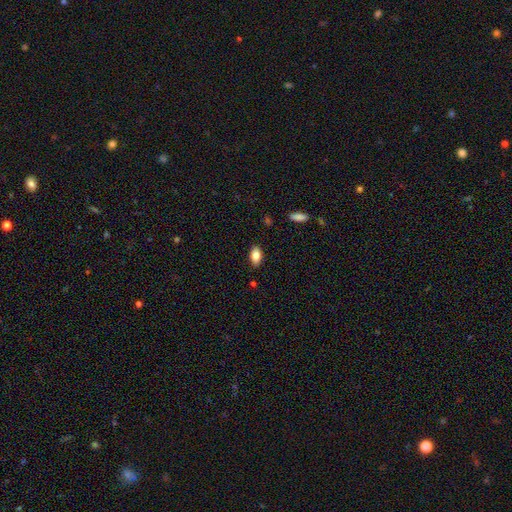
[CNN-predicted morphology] The model was most divided on "smooth or featured": smooth: 80%, featured or disk: 12%, star or artifact: 8%. More confident: how rounded — in between (90%); merging — none (85%).